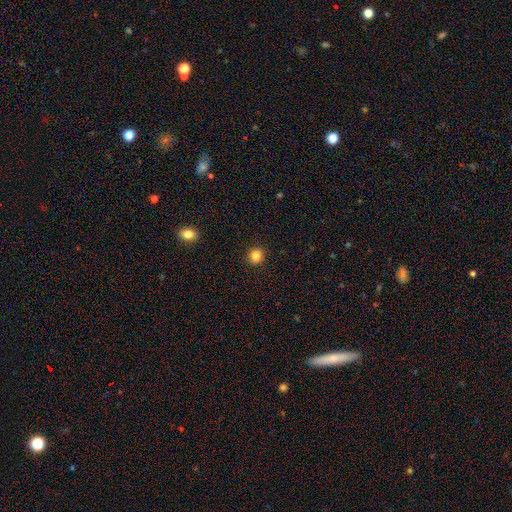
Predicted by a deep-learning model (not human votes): smooth 85%, star or artifact 11%, featured or disk 4%. Down the decision tree: how rounded — round (85%); merging — none (91%).